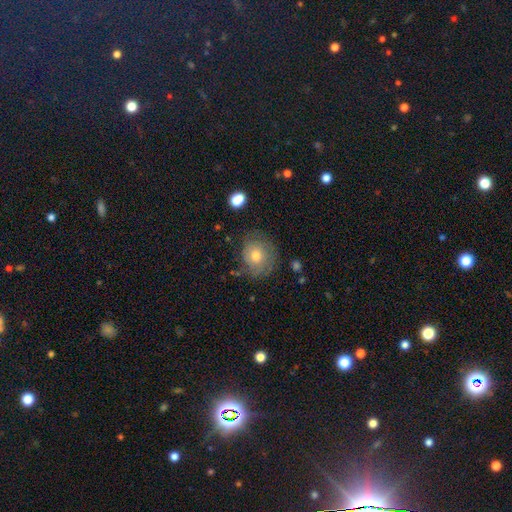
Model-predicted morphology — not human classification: Smooth or featured?
  - smooth: 54% *
  - featured or disk: 36%
  - star or artifact: 10%
How rounded?
  - round: 79% *
  - in between: 20%
  - cigar-shaped: 1%
Merging?
  - none: 70% *
  - minor disturbance: 20%
  - major disturbance: 8%
  - merger: 2%